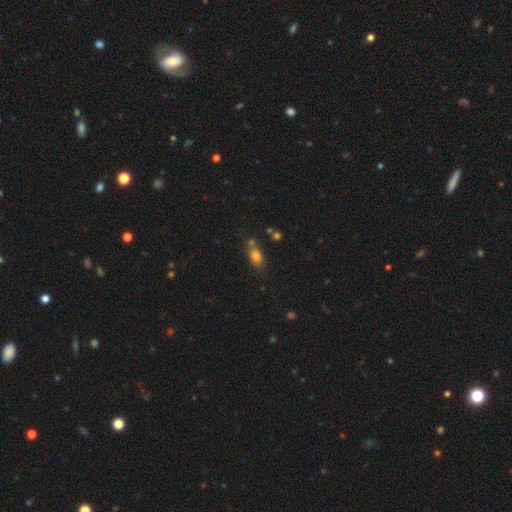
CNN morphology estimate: This appears to be a smooth galaxy with no disk features (78%) that is in between round and cigar-shaped (80%). Merging: none (61%).